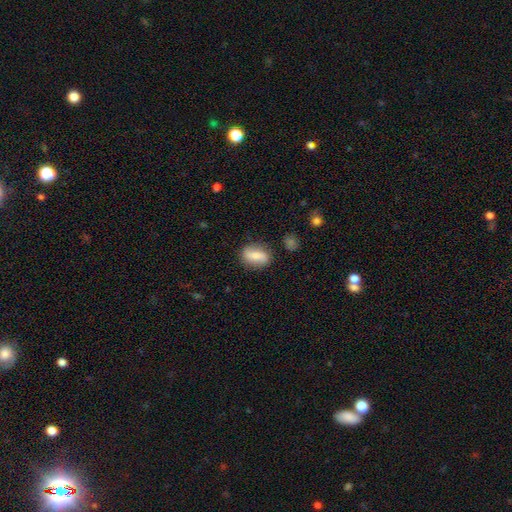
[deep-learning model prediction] This appears to be a smooth galaxy with no disk features (63%) that is in between round and cigar-shaped (77%). Merging: none (81%).